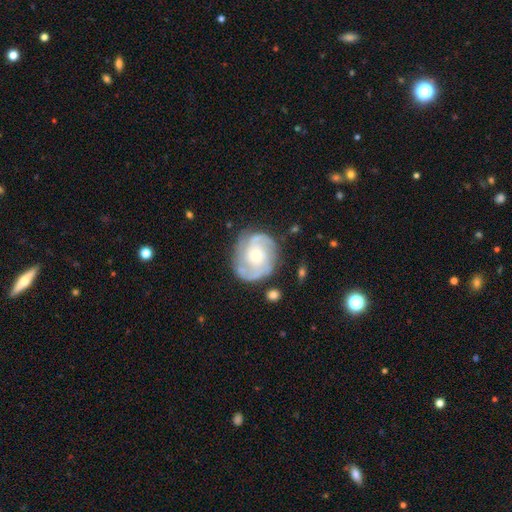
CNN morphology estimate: featured or disk 85%, smooth 10%, star or artifact 5%. Down the decision tree: edge-on disk — no (98%); bar — no (72%); spiral arms — yes (96%); spiral arm count — 2 (51%); spiral winding — tight (50%); bulge size — moderate (49%); merging — none (75%).